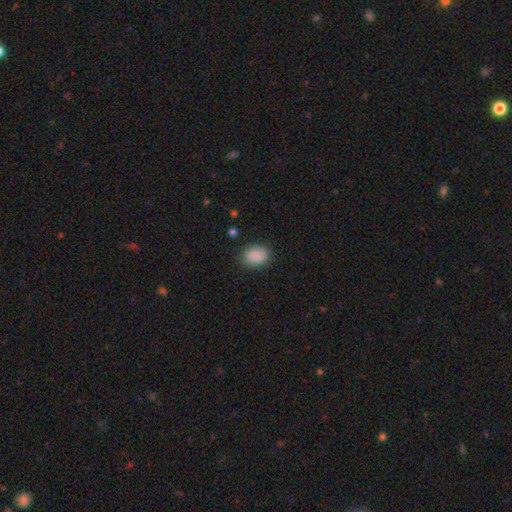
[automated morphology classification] A smooth galaxy with no disk features (89%) that is in between round and cigar-shaped (76%).

Vote fractions:
- Smooth or featured? smooth: 89% / star or artifact: 8% / featured or disk: 3%
- How rounded? in between: 76% / round: 23% / cigar-shaped: 1%
- Merging? none: 83% / minor disturbance: 12% / major disturbance: 3% / merger: 1%